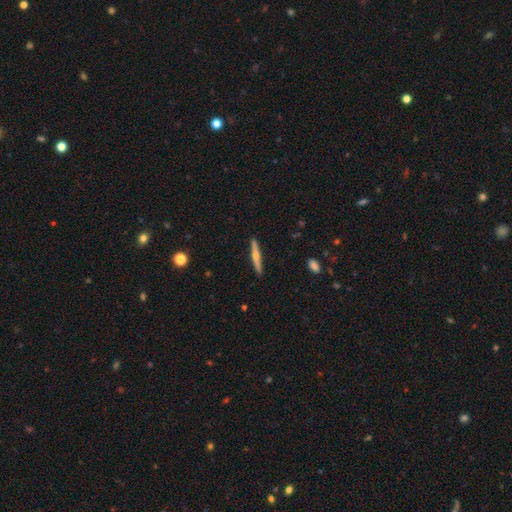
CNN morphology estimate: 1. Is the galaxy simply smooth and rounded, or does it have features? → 66% featured or disk, 27% smooth, 6% star or artifact.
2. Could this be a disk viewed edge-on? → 97% yes, 3% no.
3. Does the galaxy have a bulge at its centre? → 90% rounded, 7% none, 3% boxy.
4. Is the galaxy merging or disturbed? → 91% none, 6% minor disturbance, 1% major disturbance, 1% merger.